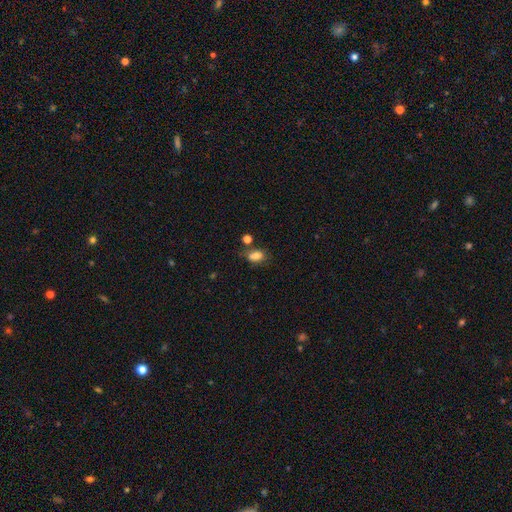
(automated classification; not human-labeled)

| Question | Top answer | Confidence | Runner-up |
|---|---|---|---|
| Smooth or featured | smooth | 80% | star or artifact (11%) |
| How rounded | in between | 83% | round (14%) |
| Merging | none | 55% | minor disturbance (22%) |